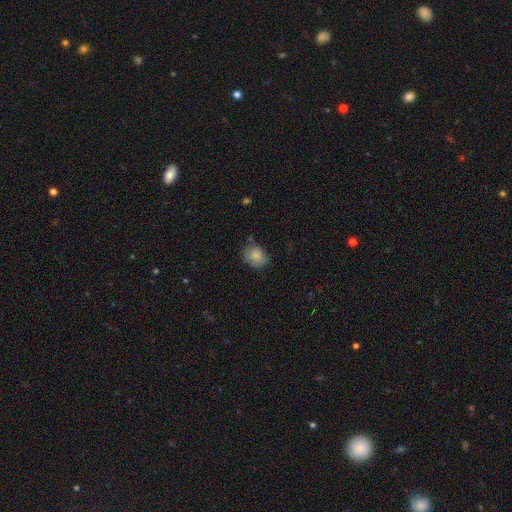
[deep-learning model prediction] Smooth or featured?
  - smooth: 83% *
  - featured or disk: 9%
  - star or artifact: 8%
How rounded?
  - round: 61% *
  - in between: 38%
  - cigar-shaped: 1%
Merging?
  - none: 66% *
  - minor disturbance: 25%
  - major disturbance: 6%
  - merger: 3%